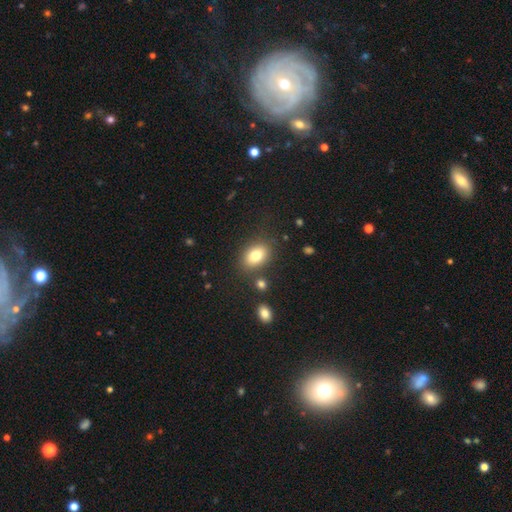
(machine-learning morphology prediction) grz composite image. It shows a smooth galaxy with no disk features (79%) that is in between round and cigar-shaped (75%). Merging: none (80%).